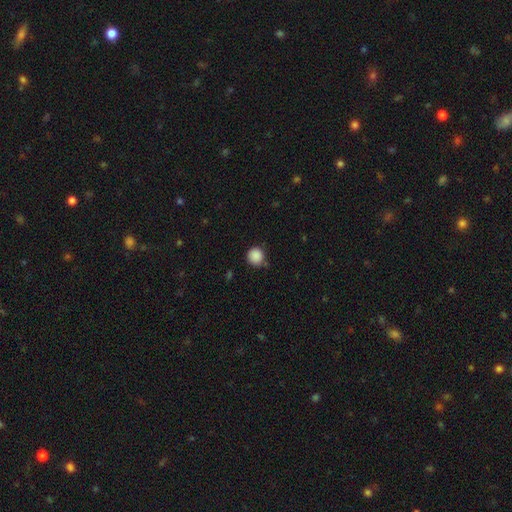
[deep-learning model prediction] smooth 88%, star or artifact 9%, featured or disk 3%. Down the decision tree: how rounded — round (92%); merging — none (80%).